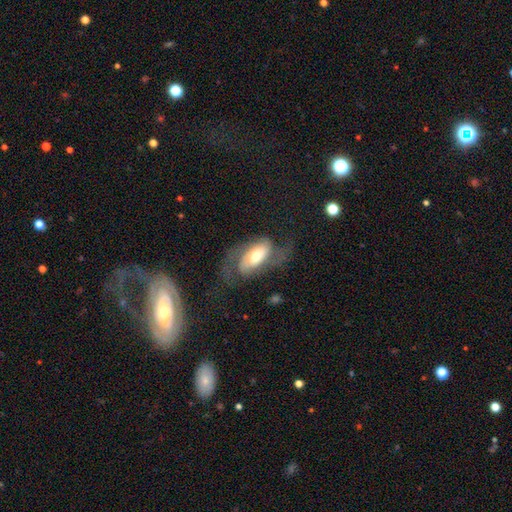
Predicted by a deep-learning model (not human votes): This is likely a featured or disk galaxy (69%). It is clearly not viewed edge-on (93%). Bar: possibly no (48%). Spiral arm pattern: clearly yes (88%). Spiral arm count: clearly 2 (86%). Spiral winding: marginally loose (44%). Central bulge: likely moderate (65%). Merging: possibly none (57%).